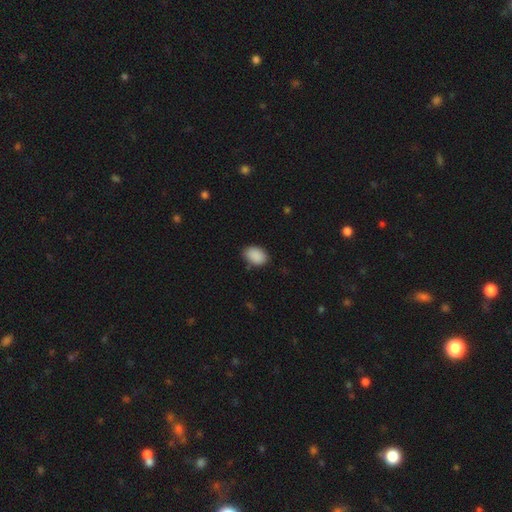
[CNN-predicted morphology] Q: Smooth or featured?
A: smooth (90%); runner-up: star or artifact (7%)
Q: How rounded?
A: in between (82%); runner-up: round (17%)
Q: Merging?
A: none (82%); runner-up: minor disturbance (14%)